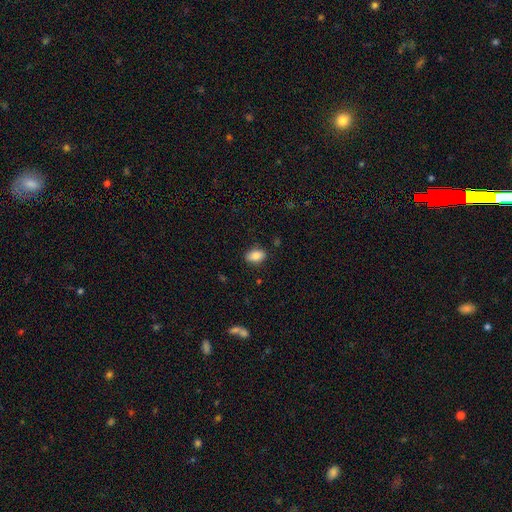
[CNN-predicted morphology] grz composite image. It shows a smooth galaxy with no disk features (86%) that is in between round and cigar-shaped (89%). Merging: none (85%).